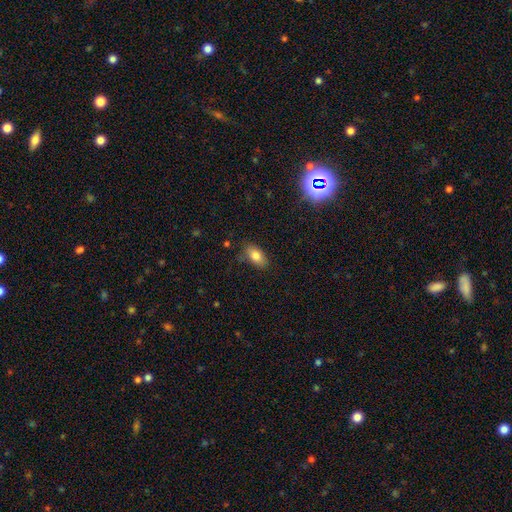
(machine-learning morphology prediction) smooth-or-featured: smooth: 81% | featured or disk: 10% | star or artifact: 9%
  how-rounded: in between: 90% | round: 6% | cigar-shaped: 4%
  merging: none: 77% | minor disturbance: 17% | major disturbance: 4% | merger: 2%